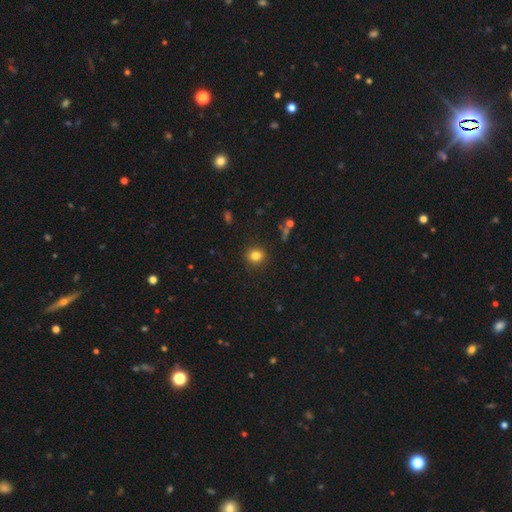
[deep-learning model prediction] Smooth or featured? Predicted: smooth (p=0.82). How rounded? Predicted: round (p=0.84). Merging? Predicted: none (p=0.90).